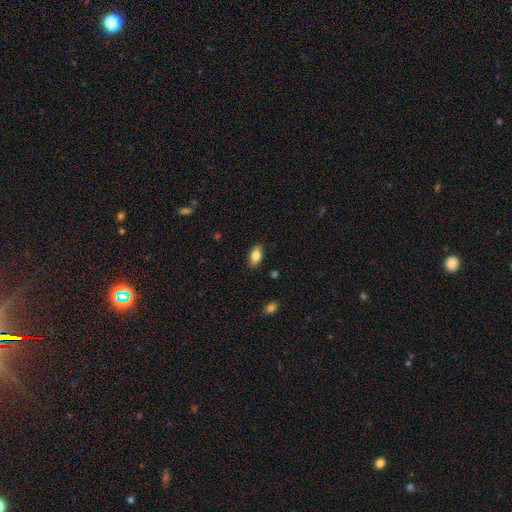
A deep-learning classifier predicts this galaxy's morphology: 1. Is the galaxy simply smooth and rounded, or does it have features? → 81% smooth, 11% featured or disk, 8% star or artifact.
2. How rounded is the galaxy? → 89% in between, 6% cigar-shaped, 5% round.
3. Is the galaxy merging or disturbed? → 86% none, 11% minor disturbance, 2% major disturbance, 1% merger.